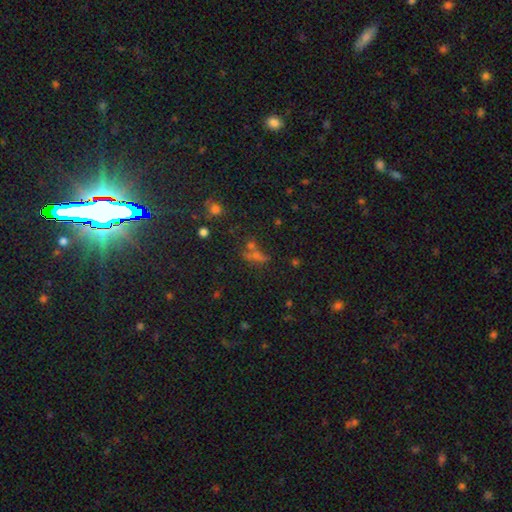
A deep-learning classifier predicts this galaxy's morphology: Smooth or featured?
  - star or artifact: 45% *
  - smooth: 40%
  - featured or disk: 15%